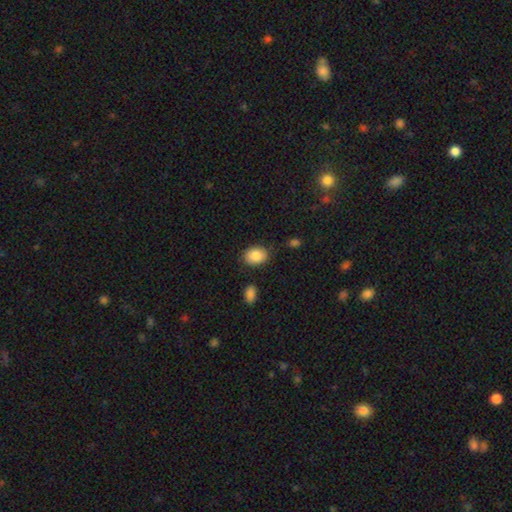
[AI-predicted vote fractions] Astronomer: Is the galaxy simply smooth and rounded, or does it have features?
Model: smooth — 87%.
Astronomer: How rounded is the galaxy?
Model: in between — 70%.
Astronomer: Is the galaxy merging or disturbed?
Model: none — 80%.